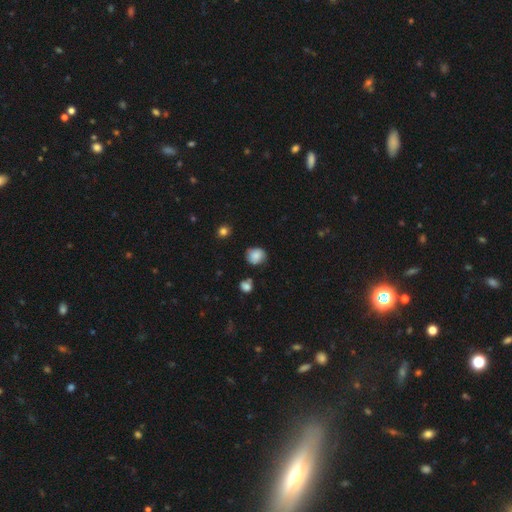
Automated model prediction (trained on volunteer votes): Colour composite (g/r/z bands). It shows a smooth galaxy with no disk features (81%) that is round (78%). Merging: none (73%).